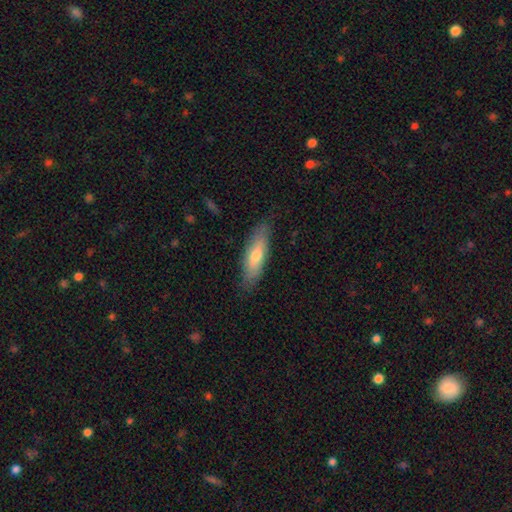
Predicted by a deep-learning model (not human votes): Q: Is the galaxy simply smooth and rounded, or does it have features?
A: smooth — 66%.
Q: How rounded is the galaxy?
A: cigar-shaped — 58%.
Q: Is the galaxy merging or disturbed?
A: none — 82%.